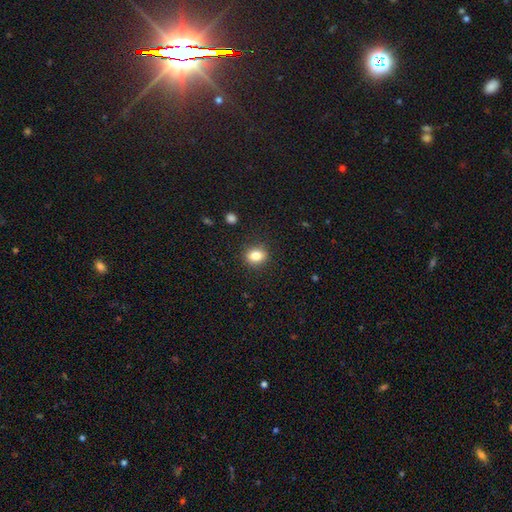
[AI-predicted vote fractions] Smooth or featured? Predicted: smooth (p=0.82). How rounded? Predicted: round (p=0.55). Merging? Predicted: none (p=0.89).